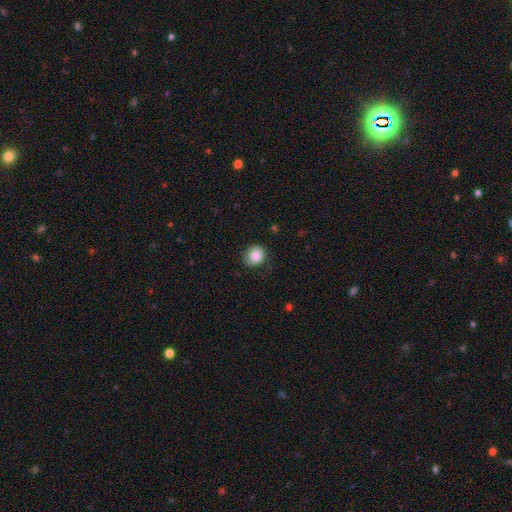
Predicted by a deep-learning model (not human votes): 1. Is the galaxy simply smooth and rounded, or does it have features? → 86% smooth, 9% star or artifact, 5% featured or disk.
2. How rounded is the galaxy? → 85% round, 14% in between, 1% cigar-shaped.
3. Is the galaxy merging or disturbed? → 75% none, 19% minor disturbance, 4% major disturbance, 1% merger.